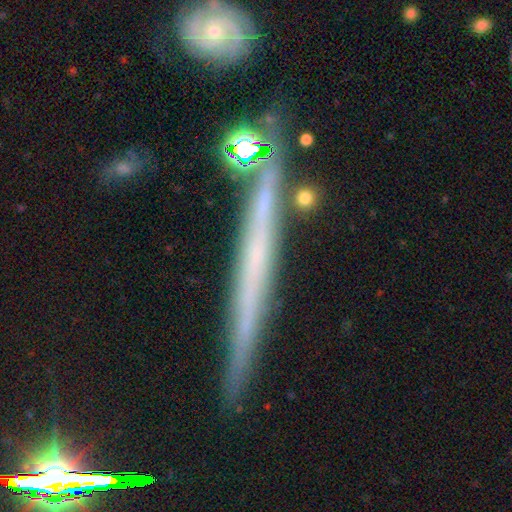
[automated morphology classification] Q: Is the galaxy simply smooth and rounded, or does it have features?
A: featured or disk — 62%.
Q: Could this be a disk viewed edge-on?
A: yes — 96%.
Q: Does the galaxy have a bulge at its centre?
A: none — 85%.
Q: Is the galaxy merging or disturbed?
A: none — 85%.